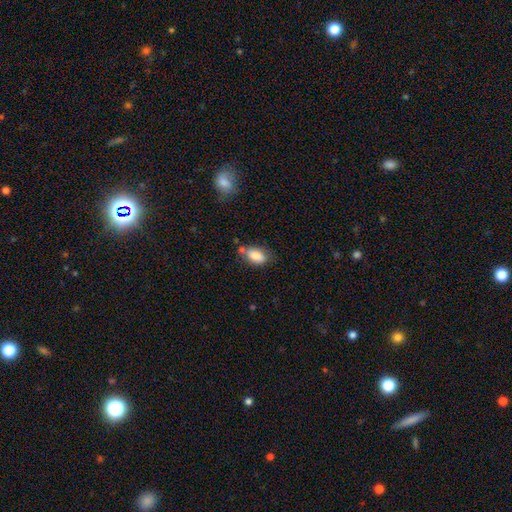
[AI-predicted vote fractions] The model was most divided on "merging": none: 66%, minor disturbance: 20%, merger: 10%, major disturbance: 4%. More confident: how rounded — in between (91%); smooth or featured — smooth (83%).